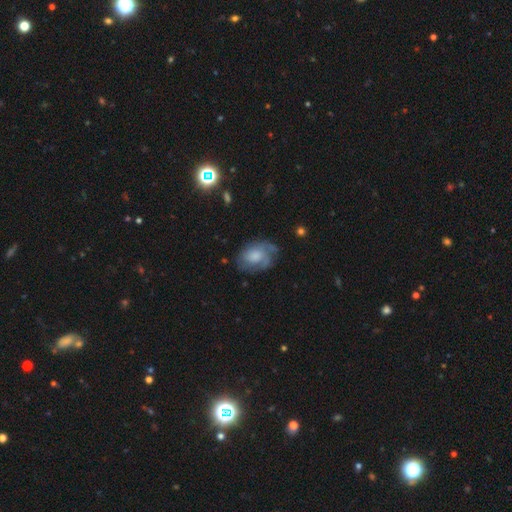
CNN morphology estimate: smooth-or-featured: featured or disk: 53% | smooth: 39% | star or artifact: 8%
  disk-edge-on: no: 96% | yes: 4%
    bar: no: 76% | weak: 21% | strong: 3%
    has-spiral-arms: yes: 79% | no: 21%
    bulge-size: moderate: 34% | large: 29% | small: 18% | none: 16% | dominant: 3%
  merging: none: 58% | minor disturbance: 26% | major disturbance: 14% | merger: 2%